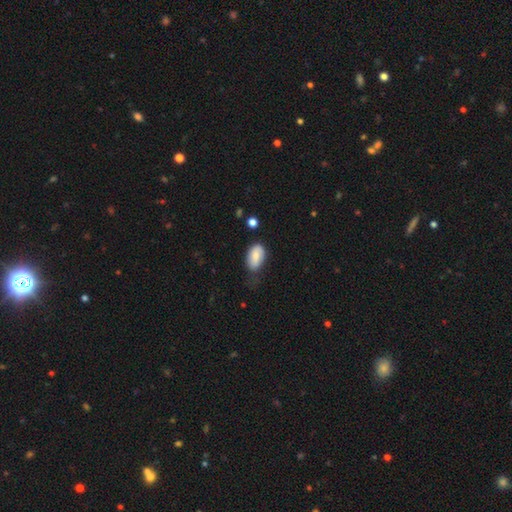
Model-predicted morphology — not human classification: Smooth or featured? smooth (76%)
How rounded? in between (92%)
Merging? none (51%)